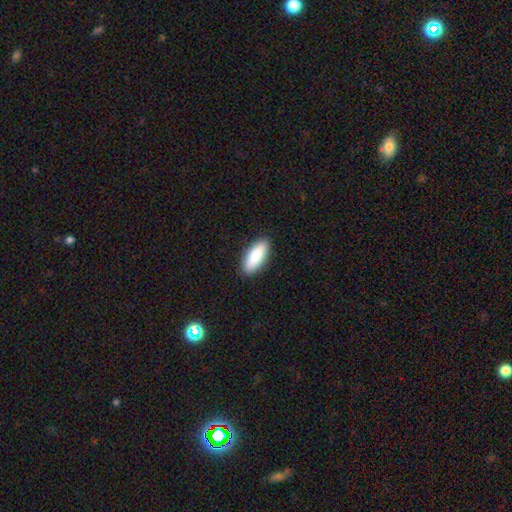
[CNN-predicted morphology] This is clearly a smooth galaxy (87%). How rounded: likely in between (75%). Merging: clearly none (90%).